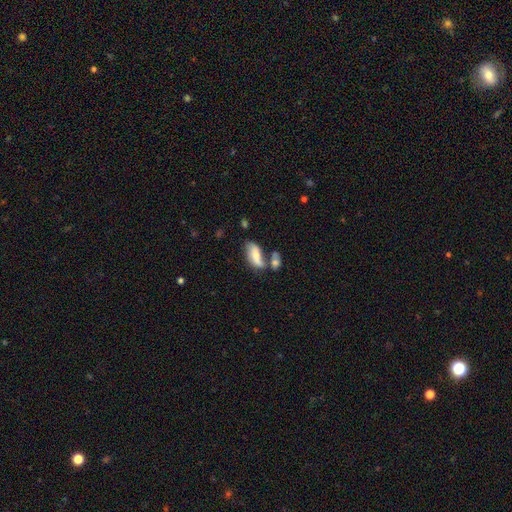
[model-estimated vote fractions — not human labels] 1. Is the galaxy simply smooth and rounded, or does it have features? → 67% smooth, 25% featured or disk, 8% star or artifact.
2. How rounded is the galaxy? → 83% in between, 14% cigar-shaped, 3% round.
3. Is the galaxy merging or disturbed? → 39% merger, 34% none, 17% minor disturbance, 10% major disturbance.